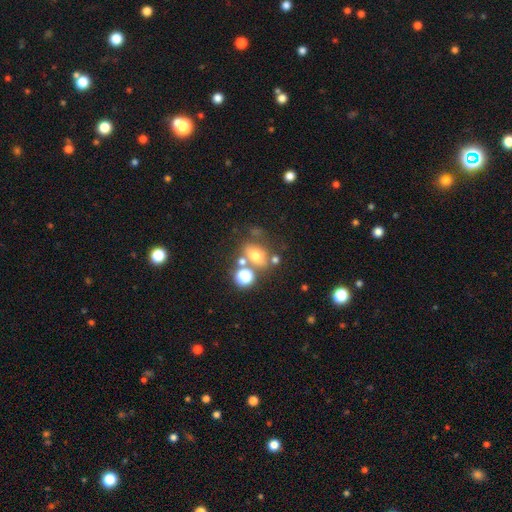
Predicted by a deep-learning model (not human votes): Smooth or featured: smooth — 62% (star or artifact — 20%)
How rounded: in between — 58% (round — 40%)
Merging: none — 54% (merger — 25%)